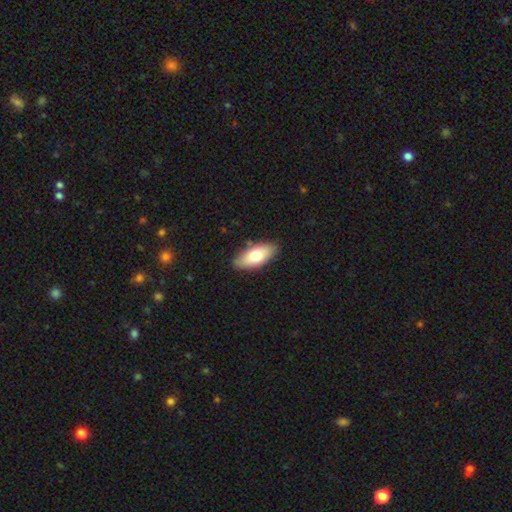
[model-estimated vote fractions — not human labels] smooth_or_featured: smooth (p=0.75) [alt: featured or disk p=0.19]
how_rounded: in between (p=0.87) [alt: cigar-shaped p=0.10]
merging: none (p=0.85) [alt: minor disturbance p=0.12]